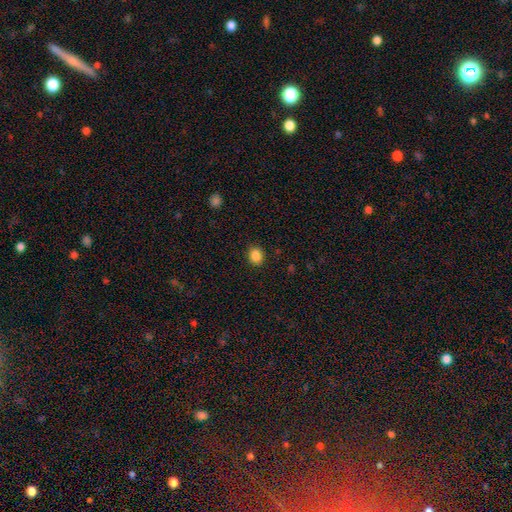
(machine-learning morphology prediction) The model was most divided on "how rounded": round: 65%, in between: 34%, cigar-shaped: 1%. More confident: merging — none (90%); smooth or featured — smooth (86%).